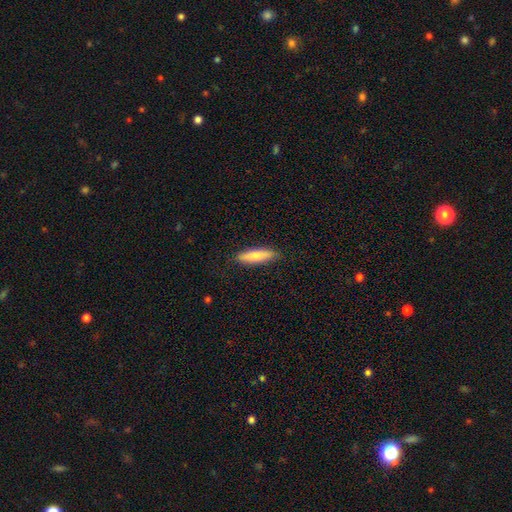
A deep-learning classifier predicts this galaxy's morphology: type=smooth (78%); roundness=cigar-shaped (65%); merging=none (86%).